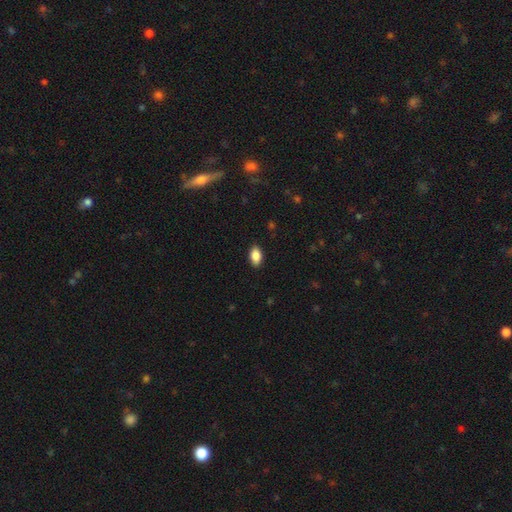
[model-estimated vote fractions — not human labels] This is clearly a smooth galaxy (87%). How rounded: clearly in between (91%). Merging: clearly none (89%).